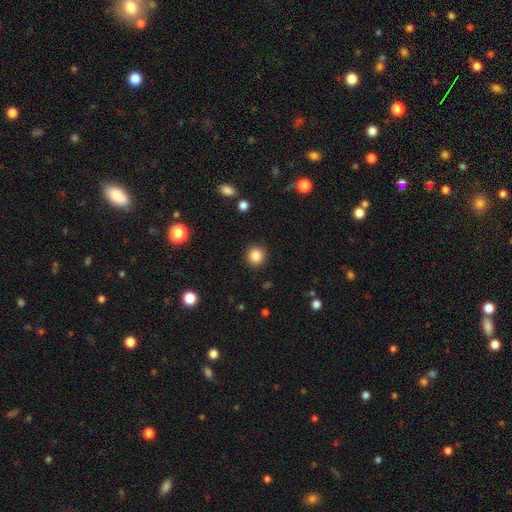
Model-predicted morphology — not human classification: A smooth galaxy with no disk features (85%) that is round (94%).

Vote fractions:
- Smooth or featured? smooth: 85% / star or artifact: 10% / featured or disk: 5%
- How rounded? round: 94% / in between: 5% / cigar-shaped: 1%
- Merging? none: 92% / minor disturbance: 5% / major disturbance: 2% / merger: 1%